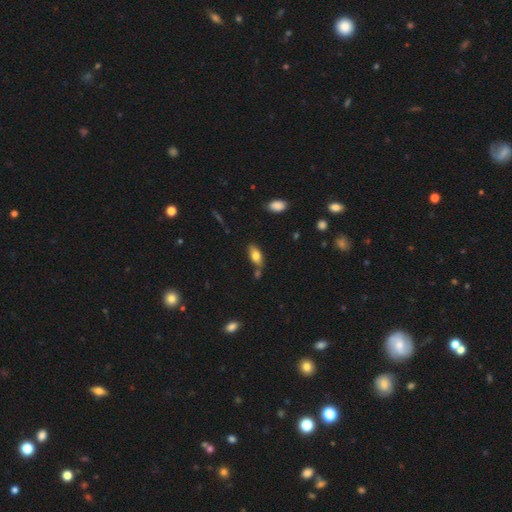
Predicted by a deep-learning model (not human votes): This is likely a smooth galaxy (78%). How rounded: clearly in between (87%). Merging: likely none (61%).